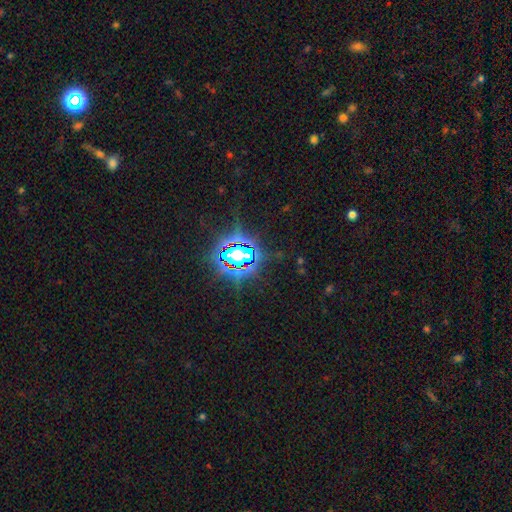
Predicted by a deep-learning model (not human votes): Smooth or featured? Predicted: star or artifact (p=0.80).